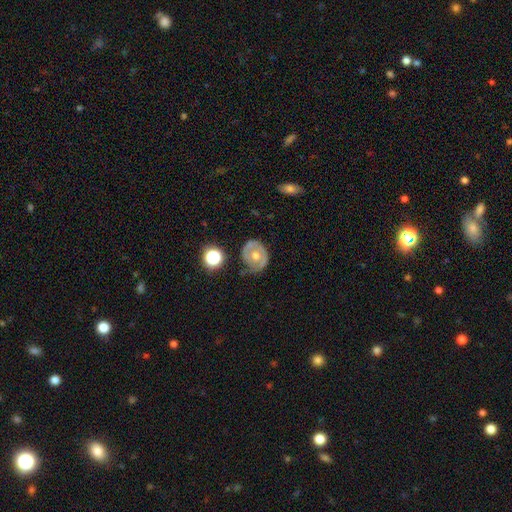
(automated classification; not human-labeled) A featured or disk galaxy (64%) with no bar (80%), spiral arms (56%) and a moderate central bulge (73%). Merging: none (63%).